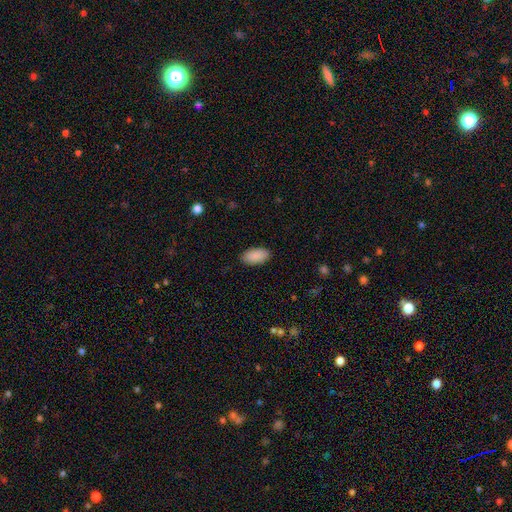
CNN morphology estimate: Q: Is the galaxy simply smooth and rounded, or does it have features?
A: smooth — 90%.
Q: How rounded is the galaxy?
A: in between — 95%.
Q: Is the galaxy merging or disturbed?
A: none — 89%.